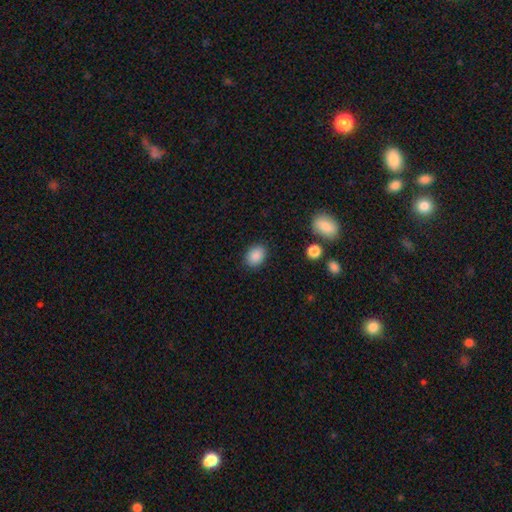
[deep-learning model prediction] This appears to be a smooth galaxy with no disk features (88%) that is in between round and cigar-shaped (65%). Merging: none (87%).